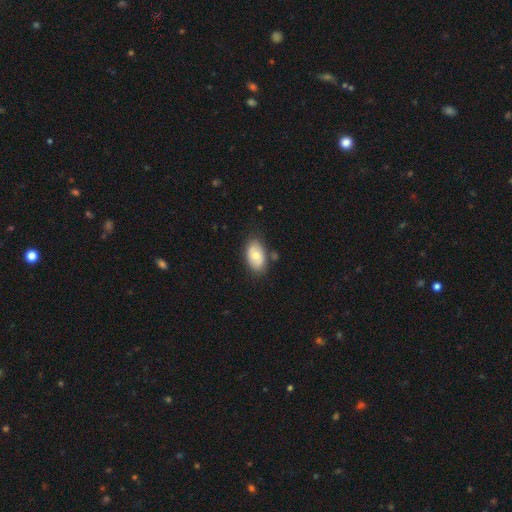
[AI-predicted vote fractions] smooth_or_featured: smooth (p=0.70) [alt: featured or disk p=0.23]
how_rounded: in between (p=0.93) [alt: round p=0.06]
merging: none (p=0.77) [alt: minor disturbance p=0.16]